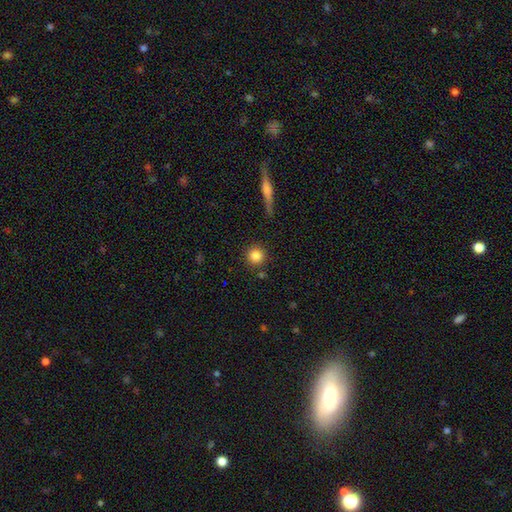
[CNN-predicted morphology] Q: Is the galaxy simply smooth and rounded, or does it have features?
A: smooth — 83%.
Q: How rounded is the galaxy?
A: round — 94%.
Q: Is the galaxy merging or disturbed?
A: none — 85%.